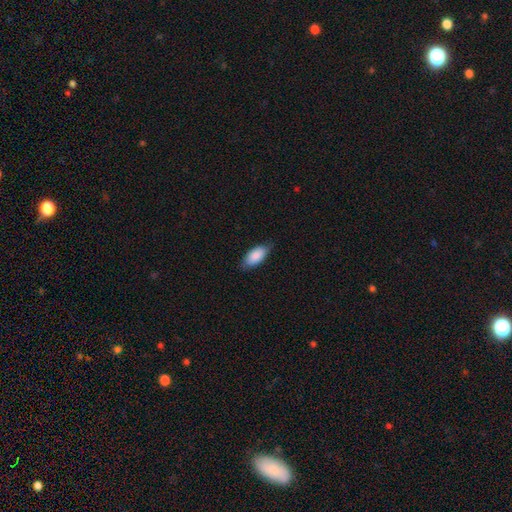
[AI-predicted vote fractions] Morphology: type=smooth (88%); roundness=in between (91%); merging=none (77%).